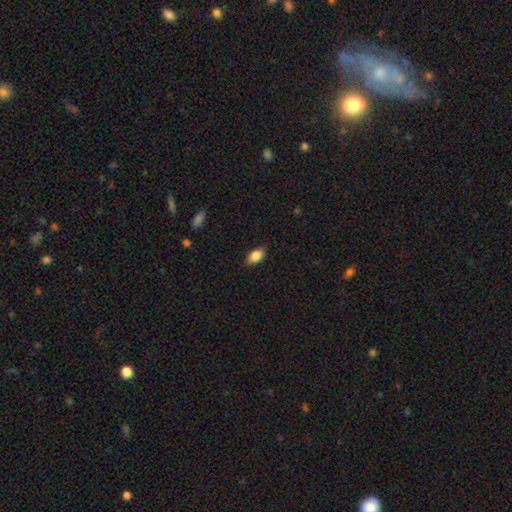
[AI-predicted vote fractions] smooth-or-featured: smooth: 87% | star or artifact: 7% | featured or disk: 6%
  how-rounded: in between: 92% | round: 5% | cigar-shaped: 3%
  merging: none: 85% | minor disturbance: 11% | major disturbance: 2% | merger: 1%